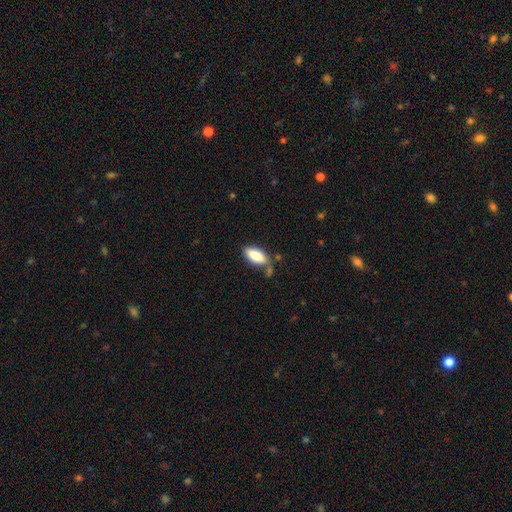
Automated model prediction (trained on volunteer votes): smooth-or-featured: smooth: 84% | featured or disk: 9% | star or artifact: 7%
  how-rounded: in between: 84% | cigar-shaped: 14% | round: 2%
  merging: none: 61% | minor disturbance: 23% | merger: 10% | major disturbance: 6%